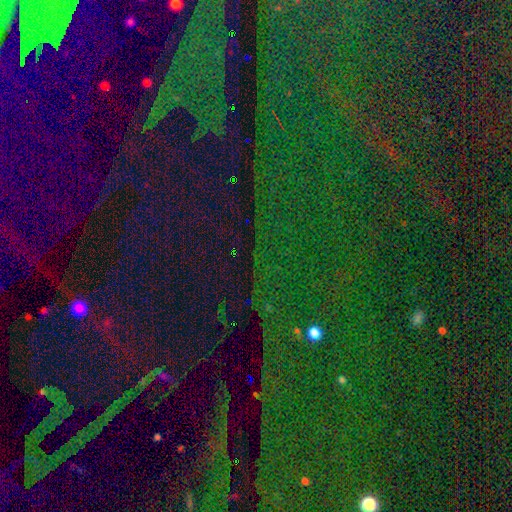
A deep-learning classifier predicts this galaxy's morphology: A star or artifact, not a galaxy (82%).

Vote fractions:
- Smooth or featured? star or artifact: 82% / smooth: 11% / featured or disk: 8%